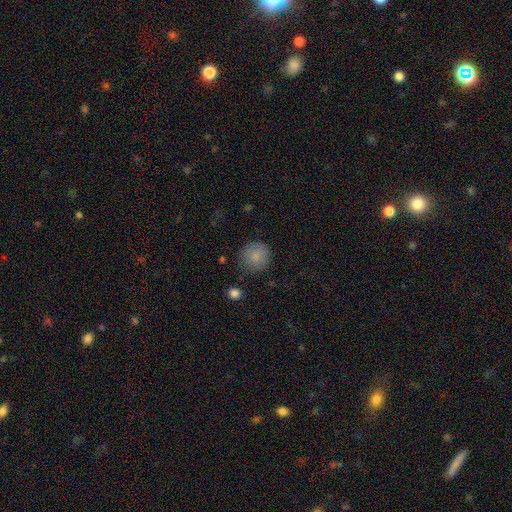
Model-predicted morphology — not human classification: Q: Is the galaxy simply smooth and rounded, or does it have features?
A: smooth — 84%.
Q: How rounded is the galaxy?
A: round — 92%.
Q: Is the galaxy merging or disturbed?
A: none — 80%.